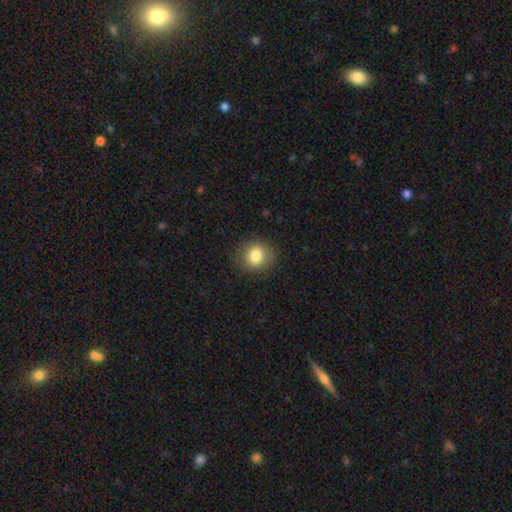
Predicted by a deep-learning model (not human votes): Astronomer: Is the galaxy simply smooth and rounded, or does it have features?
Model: smooth — 82%.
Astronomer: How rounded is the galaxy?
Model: round — 74%.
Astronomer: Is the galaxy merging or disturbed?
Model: none — 86%.